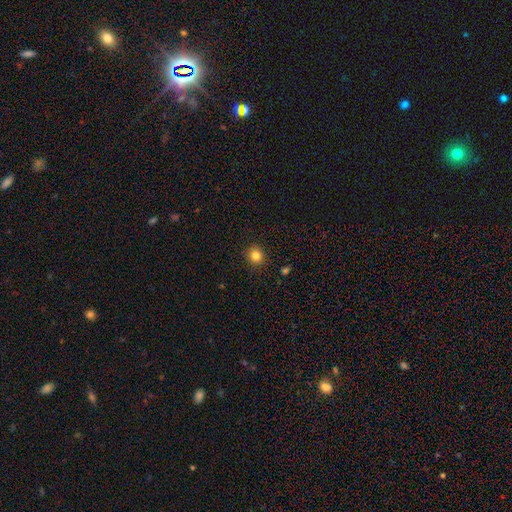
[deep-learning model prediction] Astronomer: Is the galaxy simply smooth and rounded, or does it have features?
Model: smooth — 82%.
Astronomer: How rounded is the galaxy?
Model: round — 88%.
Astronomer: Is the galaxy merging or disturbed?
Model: none — 91%.